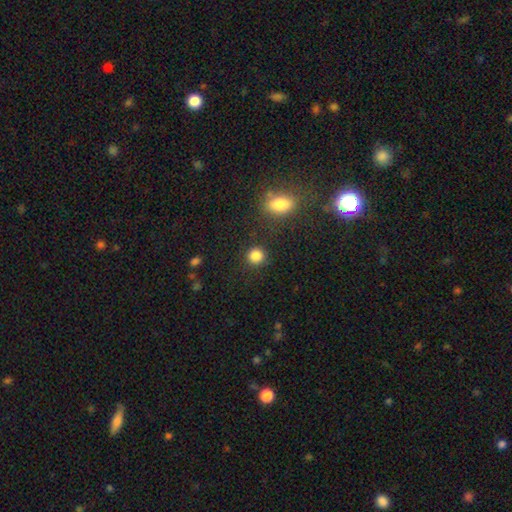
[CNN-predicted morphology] smooth_or_featured: smooth (p=0.86) [alt: star or artifact p=0.11]
how_rounded: round (p=0.89) [alt: in between p=0.10]
merging: none (p=0.87) [alt: minor disturbance p=0.07]